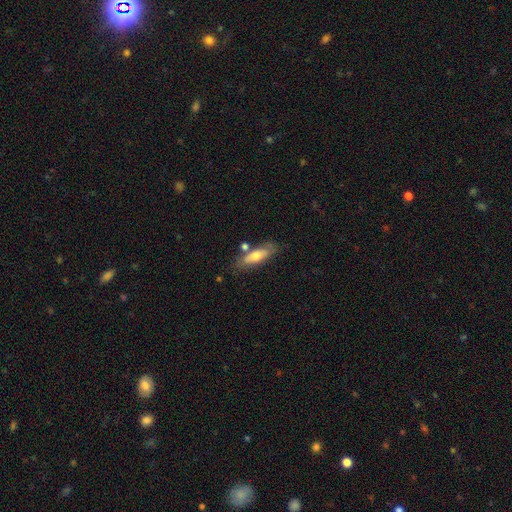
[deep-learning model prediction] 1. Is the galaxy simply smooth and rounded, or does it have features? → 61% smooth, 33% featured or disk, 6% star or artifact.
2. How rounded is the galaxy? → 50% in between, 47% cigar-shaped, 3% round.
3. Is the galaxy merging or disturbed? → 68% none, 16% minor disturbance, 11% merger, 4% major disturbance.